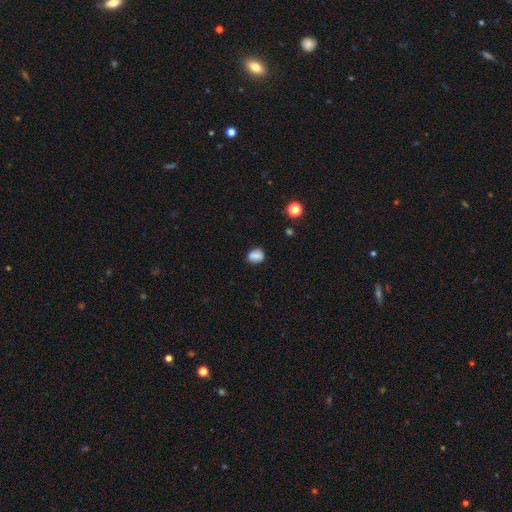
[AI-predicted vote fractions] Morphology: type=smooth (78%); roundness=round (56%); merging=none (77%).